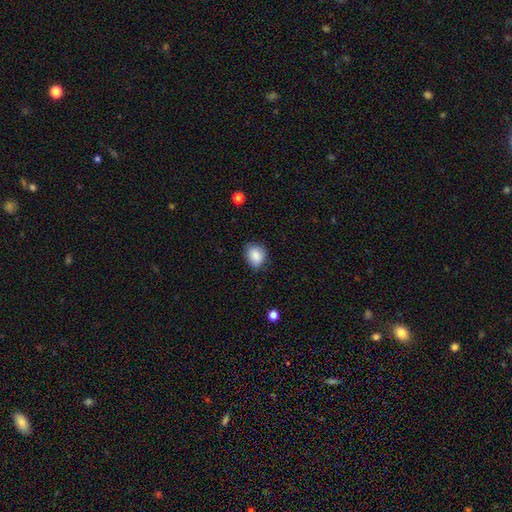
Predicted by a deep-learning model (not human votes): A smooth galaxy with no disk features (86%) that is round (50%).

Vote fractions:
- Smooth or featured? smooth: 86% / star or artifact: 8% / featured or disk: 6%
- How rounded? round: 50% / in between: 49% / cigar-shaped: 1%
- Merging? none: 72% / minor disturbance: 23% / major disturbance: 4% / merger: 1%